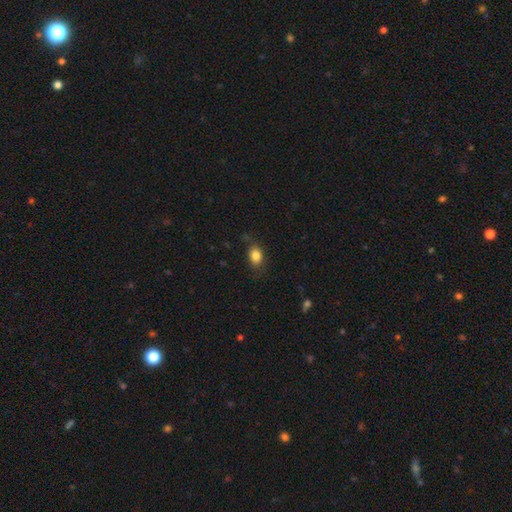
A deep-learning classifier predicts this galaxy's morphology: smooth_or_featured: smooth (p=0.84) [alt: star or artifact p=0.09]
how_rounded: in between (p=0.72) [alt: round p=0.26]
merging: none (p=0.75) [alt: minor disturbance p=0.19]